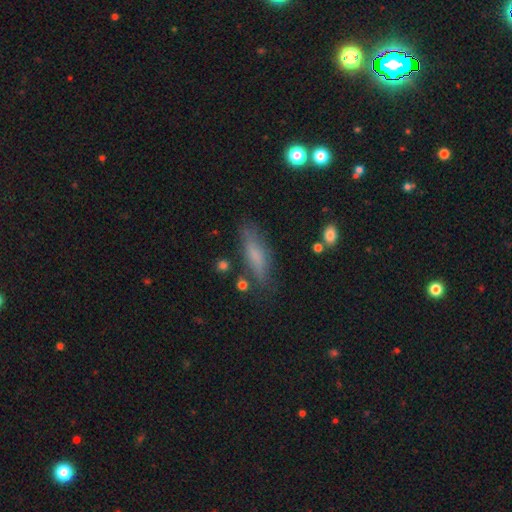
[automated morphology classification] smooth_or_featured: smooth (p=0.64) [alt: featured or disk p=0.26]
how_rounded: cigar-shaped (p=0.60) [alt: in between p=0.38]
merging: none (p=0.75) [alt: minor disturbance p=0.17]